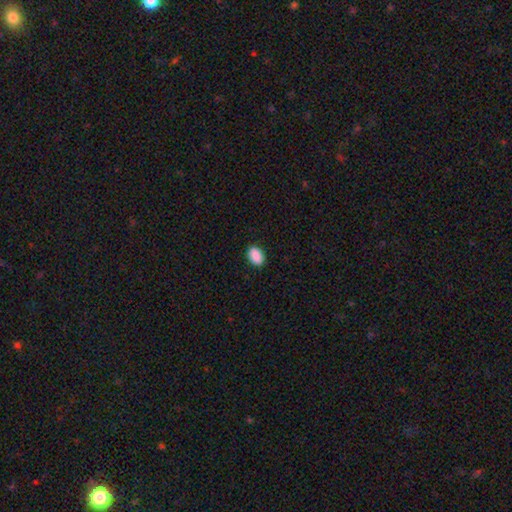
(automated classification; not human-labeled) This appears to be a smooth galaxy with no disk features (91%) that is in between round and cigar-shaped (89%). Merging: none (90%).